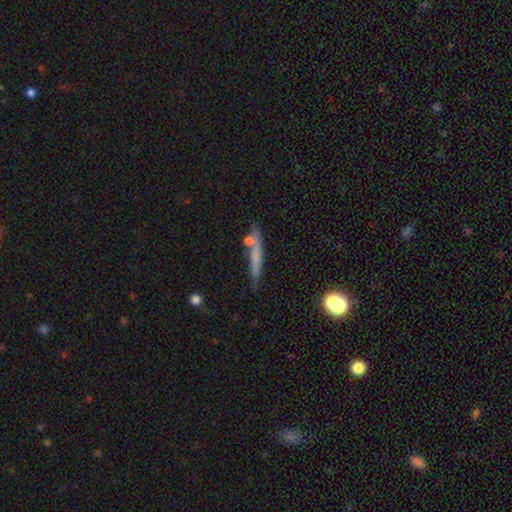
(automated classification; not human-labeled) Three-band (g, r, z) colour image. It shows a smooth galaxy with no disk features (60%) that is cigar-shaped (91%). Merging: none (74%).